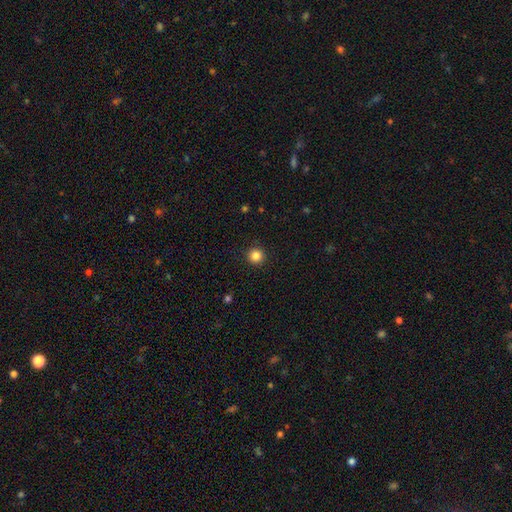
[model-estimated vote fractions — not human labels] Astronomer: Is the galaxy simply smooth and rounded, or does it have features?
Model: smooth — 85%.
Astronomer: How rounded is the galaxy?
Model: round — 95%.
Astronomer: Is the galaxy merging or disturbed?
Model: none — 93%.